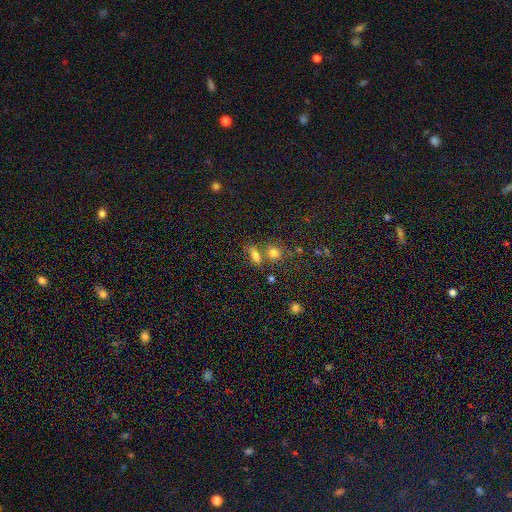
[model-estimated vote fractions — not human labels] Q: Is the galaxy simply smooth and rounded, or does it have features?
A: smooth — 74%.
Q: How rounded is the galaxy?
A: in between — 64%.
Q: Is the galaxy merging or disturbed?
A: none — 53%.